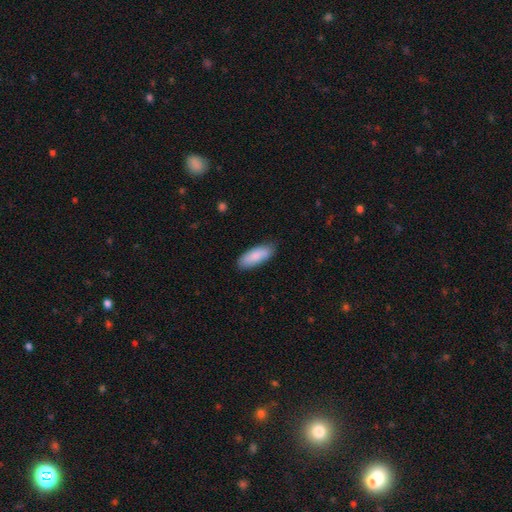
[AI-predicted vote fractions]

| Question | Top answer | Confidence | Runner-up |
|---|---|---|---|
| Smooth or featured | smooth | 86% | featured or disk (9%) |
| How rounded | in between | 71% | cigar-shaped (28%) |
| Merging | none | 85% | minor disturbance (12%) |